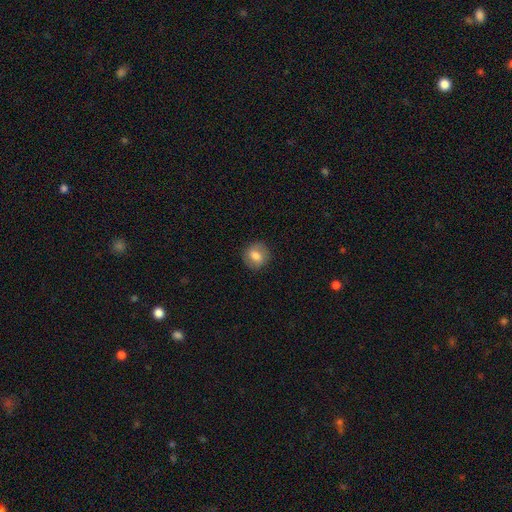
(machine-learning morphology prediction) smooth 73%, featured or disk 19%, star or artifact 9%. Down the decision tree: how rounded — round (72%); merging — none (85%).